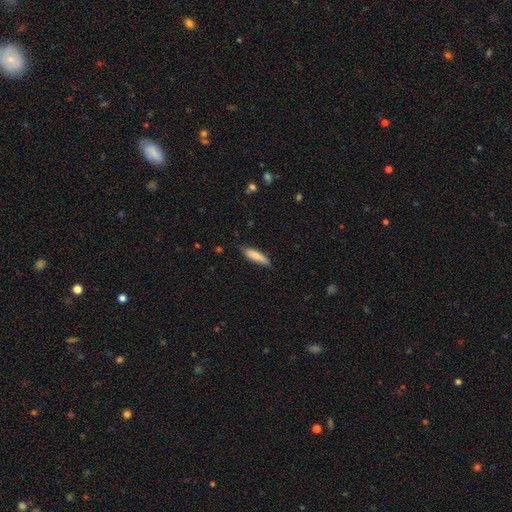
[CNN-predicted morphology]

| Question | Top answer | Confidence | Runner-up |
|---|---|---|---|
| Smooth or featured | smooth | 75% | featured or disk (19%) |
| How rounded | cigar-shaped | 67% | in between (32%) |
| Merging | none | 80% | minor disturbance (16%) |